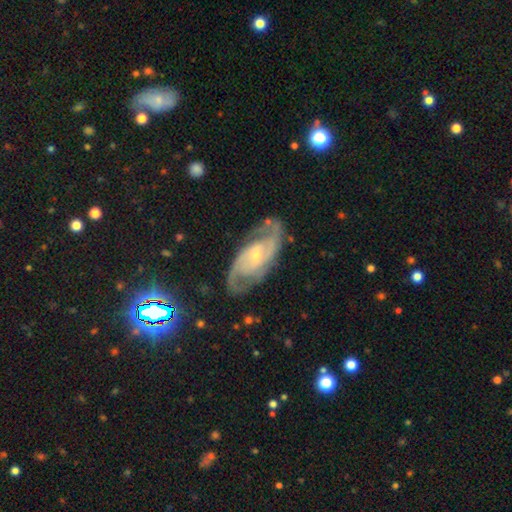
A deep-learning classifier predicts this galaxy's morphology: Smooth or featured: featured or disk — 89% (smooth — 6%)
Edge-on disk: no — 95% (yes — 5%)
Bar: no — 47% (weak — 39%)
Spiral arms: yes — 97% (no — 3%)
Spiral winding: medium — 52% (tight — 32%)
Spiral arm count: 2 — 89% (can't tell — 5%)
Bulge size: small — 67% (moderate — 28%)
Merging: none — 77% (minor disturbance — 15%)